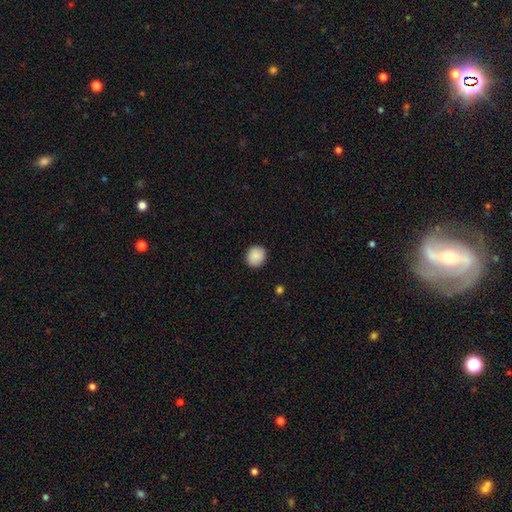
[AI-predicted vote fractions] A smooth galaxy with no disk features (89%) that is round (87%).

Vote fractions:
- Smooth or featured? smooth: 89% / star or artifact: 7% / featured or disk: 3%
- How rounded? round: 87% / in between: 12% / cigar-shaped: 1%
- Merging? none: 91% / minor disturbance: 6% / major disturbance: 2% / merger: 1%